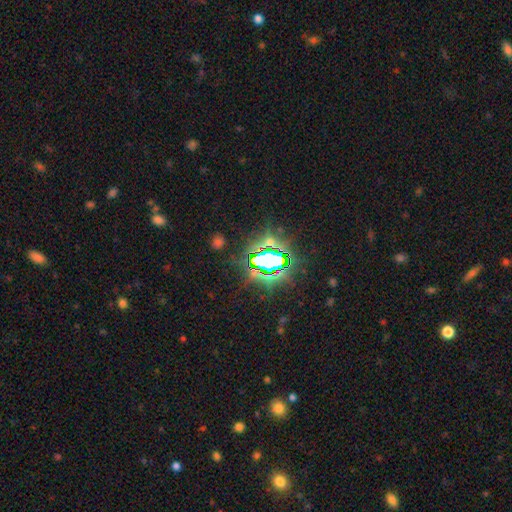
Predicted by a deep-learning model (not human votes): smooth-or-featured: star or artifact: 84% | smooth: 10% | featured or disk: 7%